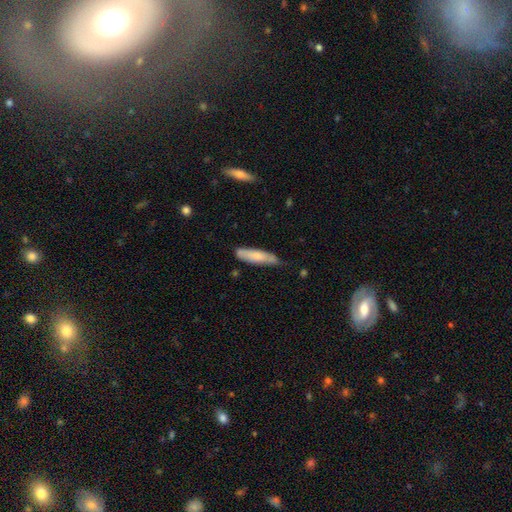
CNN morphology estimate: This is likely a smooth galaxy (73%). How rounded: likely cigar-shaped (72%). Merging: likely none (66%).